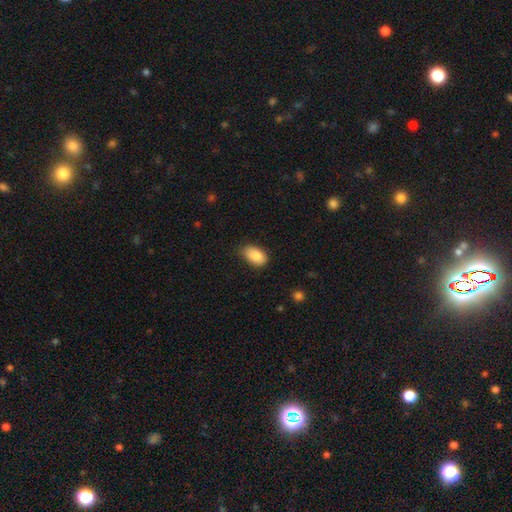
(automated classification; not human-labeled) This is clearly a smooth galaxy (88%). How rounded: clearly in between (92%). Merging: likely none (69%).